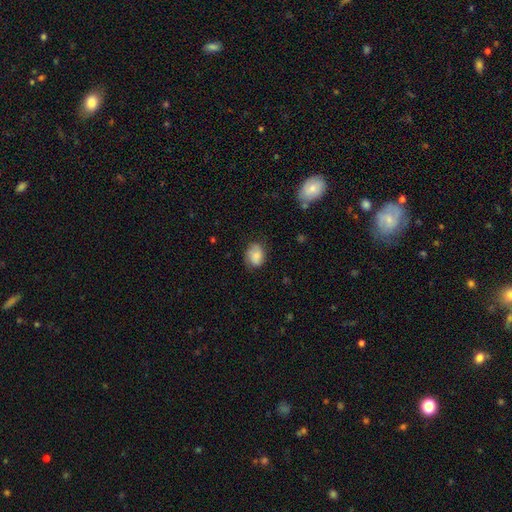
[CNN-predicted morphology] Smooth or featured?
  - smooth: 79% *
  - featured or disk: 14%
  - star or artifact: 8%
How rounded?
  - in between: 60% *
  - round: 39%
  - cigar-shaped: 1%
Merging?
  - none: 70% *
  - minor disturbance: 23%
  - major disturbance: 5%
  - merger: 1%